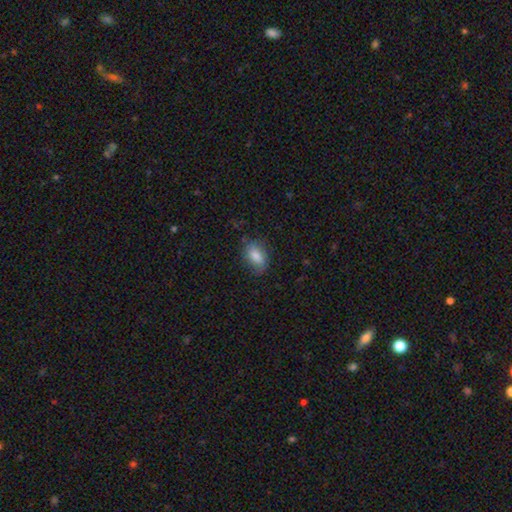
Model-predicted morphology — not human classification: This is likely a smooth galaxy (78%). How rounded: clearly in between (85%). Merging: likely none (72%).